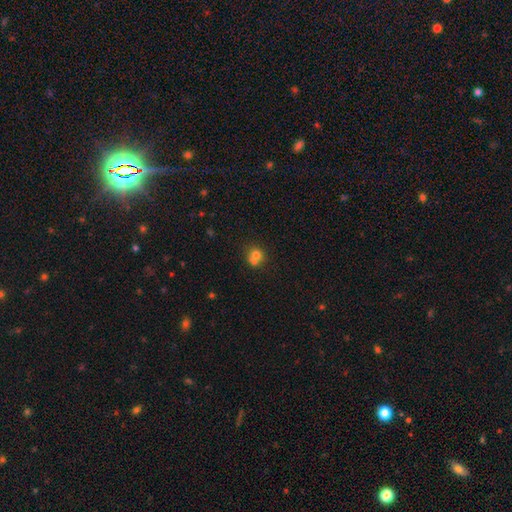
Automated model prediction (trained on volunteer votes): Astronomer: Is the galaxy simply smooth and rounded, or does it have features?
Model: smooth — 71%.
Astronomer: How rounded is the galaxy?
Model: round — 82%.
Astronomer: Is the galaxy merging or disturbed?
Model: merger — 47% (runner-up: none, 40%).